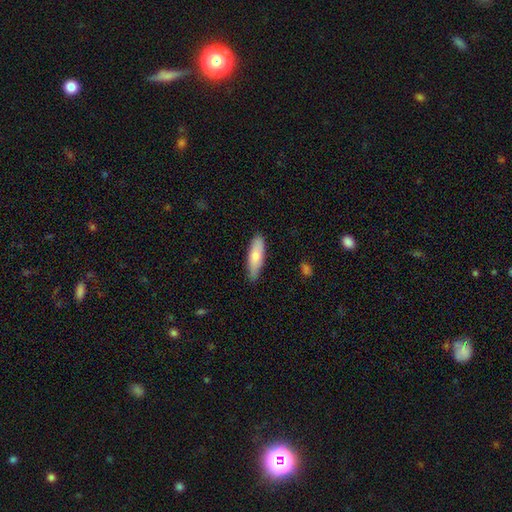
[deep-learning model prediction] The model was most divided on "how rounded": cigar-shaped: 51%, in between: 47%, round: 2%. More confident: merging — none (83%); smooth or featured — smooth (73%).